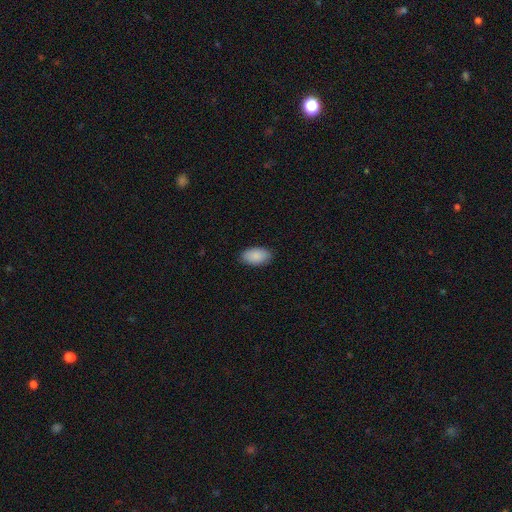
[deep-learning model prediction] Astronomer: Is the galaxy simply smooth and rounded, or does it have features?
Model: smooth — 90%.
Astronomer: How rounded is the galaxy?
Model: in between — 95%.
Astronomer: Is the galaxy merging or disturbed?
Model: none — 88%.